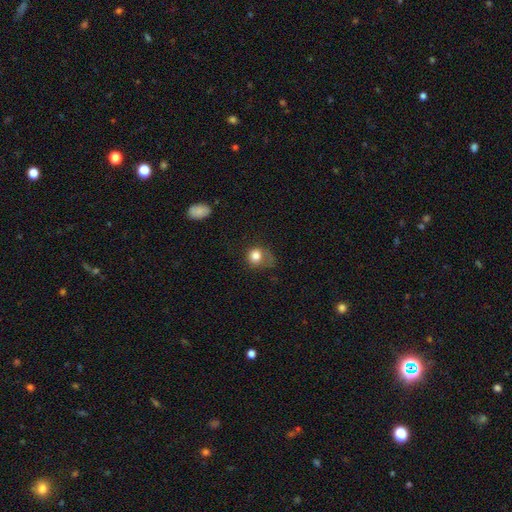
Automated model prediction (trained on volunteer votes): smooth_or_featured: smooth (p=0.80) [alt: featured or disk p=0.11]
how_rounded: round (p=0.78) [alt: in between p=0.21]
merging: none (p=0.38) [alt: major disturbance p=0.31]